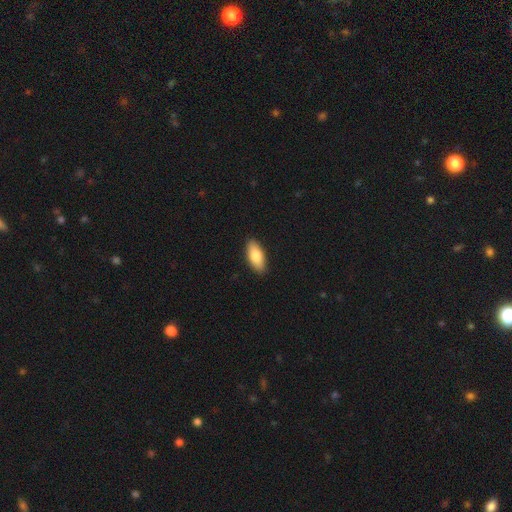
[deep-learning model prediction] smooth-or-featured: smooth: 81% | featured or disk: 13% | star or artifact: 6%
  how-rounded: in between: 85% | cigar-shaped: 13% | round: 2%
  merging: none: 90% | minor disturbance: 8% | major disturbance: 2% | merger: 1%